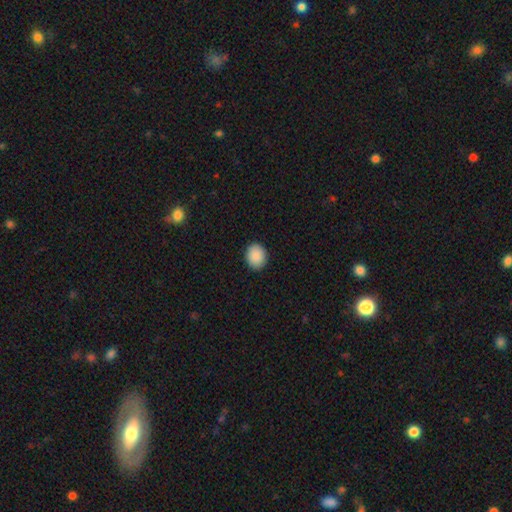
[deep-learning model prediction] smooth 90%, star or artifact 7%, featured or disk 3%. Down the decision tree: how rounded — round (60%); merging — none (91%).